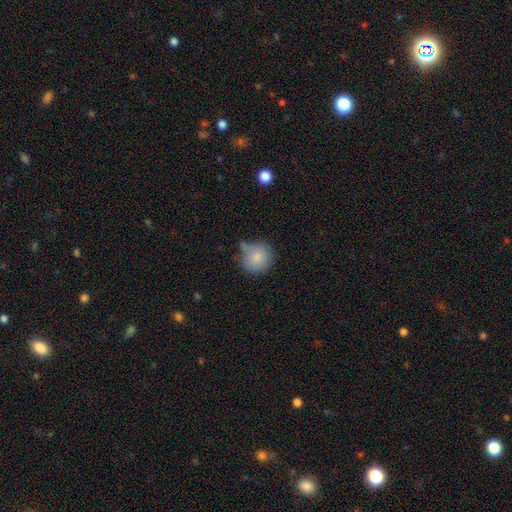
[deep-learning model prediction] This appears to be a smooth galaxy with no disk features (84%) that is round (90%). Merging: none (63%).